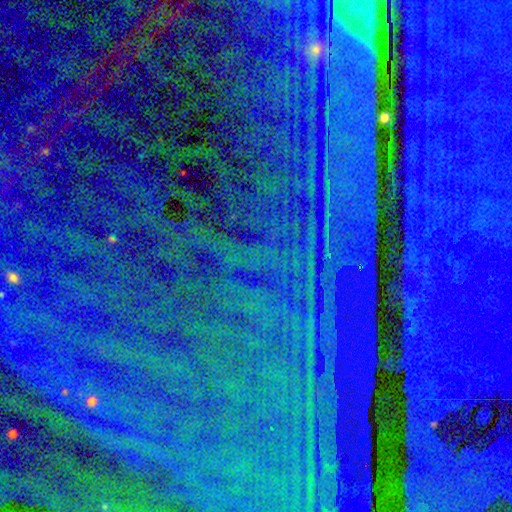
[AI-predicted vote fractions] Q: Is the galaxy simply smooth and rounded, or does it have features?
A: star or artifact — 88%.